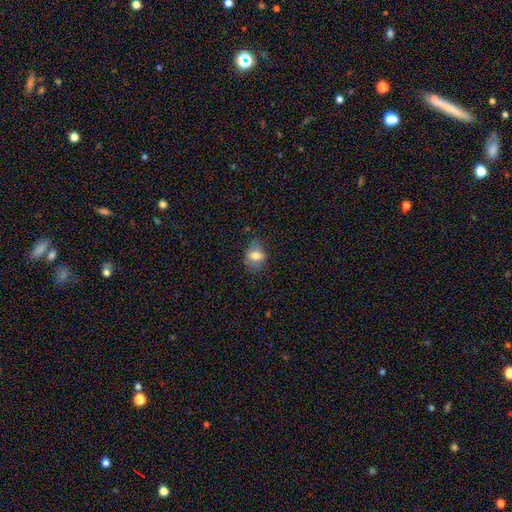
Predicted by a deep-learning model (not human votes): The model was most divided on "how rounded": in between: 60%, round: 38%, cigar-shaped: 1%. More confident: smooth or featured — smooth (71%); merging — none (70%).